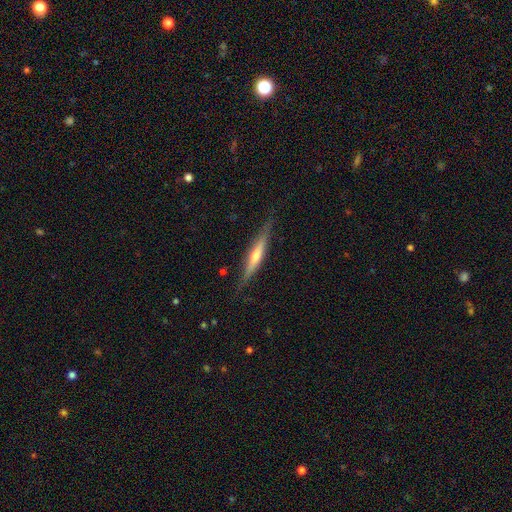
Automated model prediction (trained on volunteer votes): Smooth or featured?
  - featured or disk: 67% *
  - smooth: 27%
  - star or artifact: 6%
Edge-on disk?
  - yes: 96% *
  - no: 4%
Edge-on bulge?
  - rounded: 73% *
  - none: 17%
  - boxy: 10%
Merging?
  - none: 85% *
  - minor disturbance: 12%
  - major disturbance: 2%
  - merger: 1%